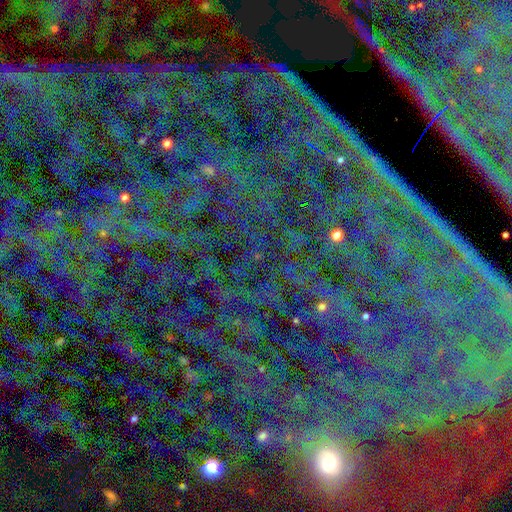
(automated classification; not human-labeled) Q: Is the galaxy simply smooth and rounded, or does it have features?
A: star or artifact — 83%.